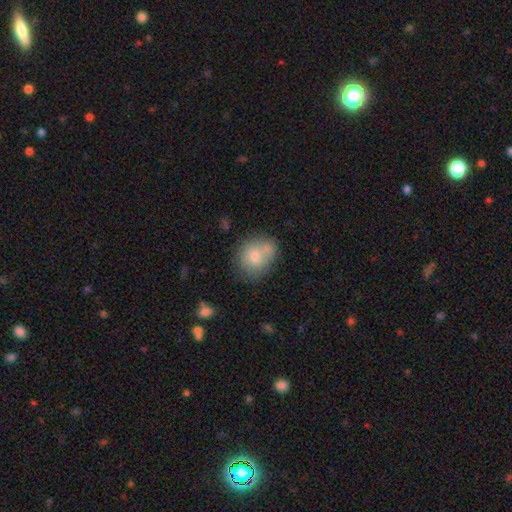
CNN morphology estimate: smooth 74%, featured or disk 18%, star or artifact 8%. Down the decision tree: how rounded — round (61%); merging — none (45%).